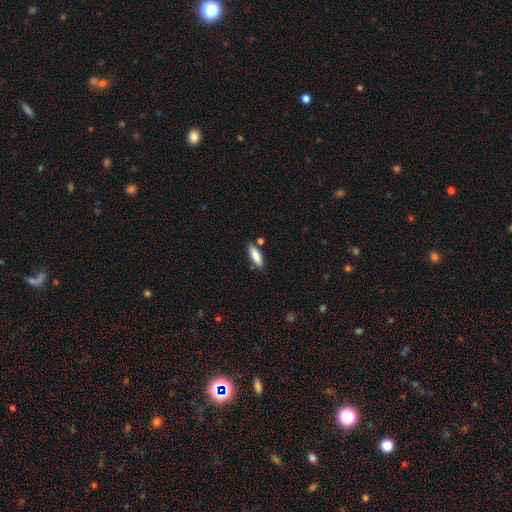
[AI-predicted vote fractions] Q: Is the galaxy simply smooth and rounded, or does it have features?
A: smooth — 83%.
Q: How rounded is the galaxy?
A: in between — 51%.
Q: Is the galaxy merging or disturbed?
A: none — 83%.